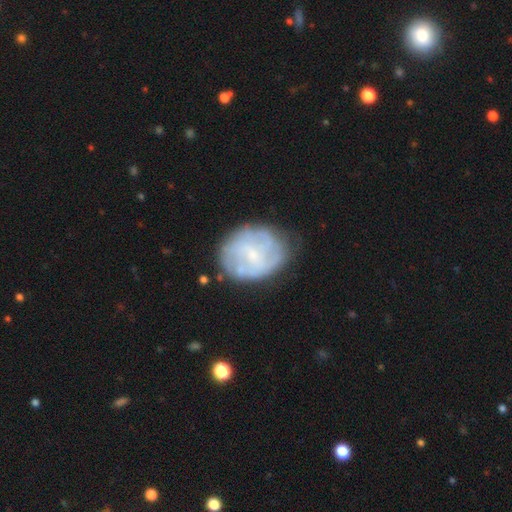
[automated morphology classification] Smooth or featured? featured or disk (56%)
Edge-on disk? no (97%)
Bar? no (46%)
Spiral arms? yes (59%)
Bulge size? small (60%)
Merging? none (70%)